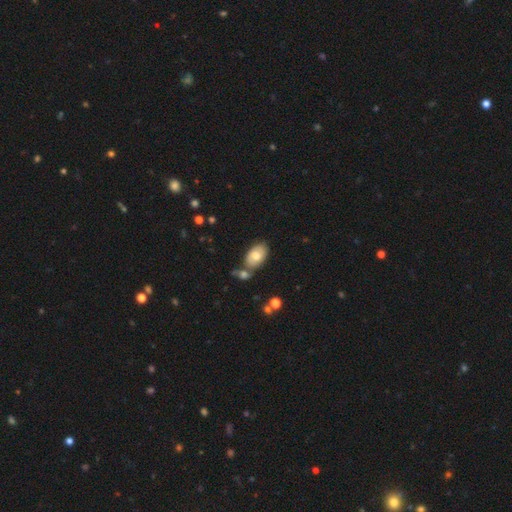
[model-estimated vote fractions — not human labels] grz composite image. It shows a smooth galaxy with no disk features (72%) that is in between round and cigar-shaped (92%). Merging: none (55%).